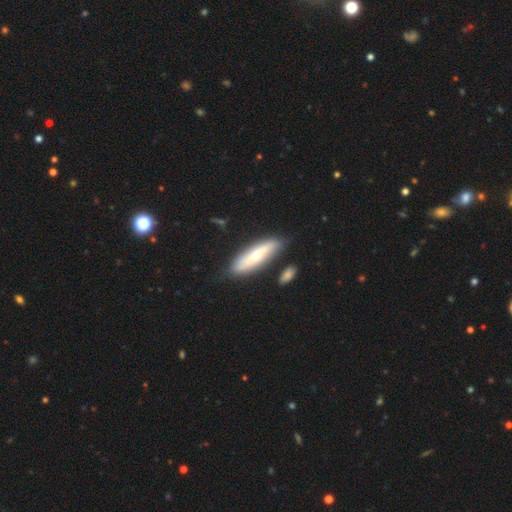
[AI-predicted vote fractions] This appears to be a featured or disk galaxy (48%). Merging: none (77%).